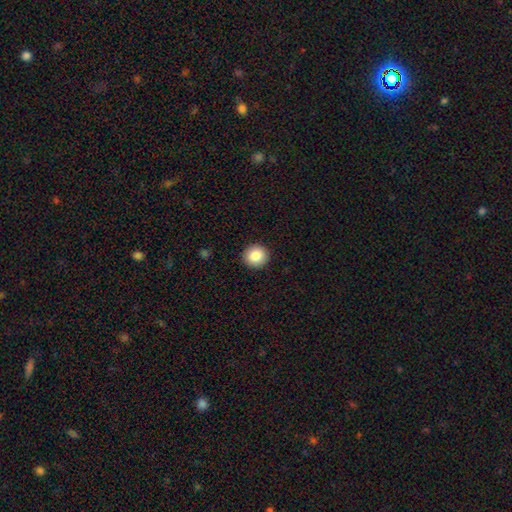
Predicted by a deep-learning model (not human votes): Smooth or featured?
  - smooth: 84% *
  - star or artifact: 9%
  - featured or disk: 7%
How rounded?
  - round: 93% *
  - in between: 6%
  - cigar-shaped: 1%
Merging?
  - none: 93% *
  - minor disturbance: 5%
  - major disturbance: 2%
  - merger: 1%